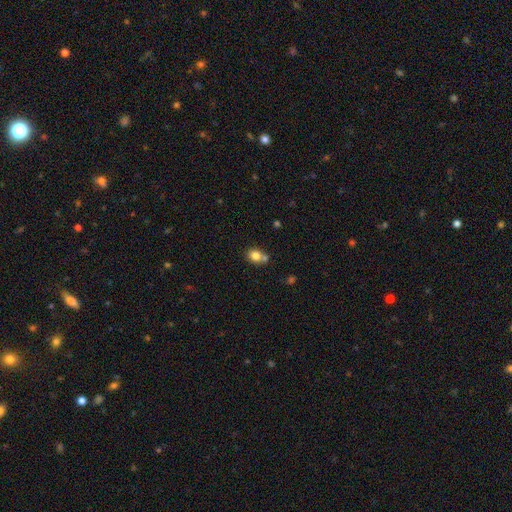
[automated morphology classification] Smooth or featured? smooth (79%)
How rounded? round (65%)
Merging? none (54%)